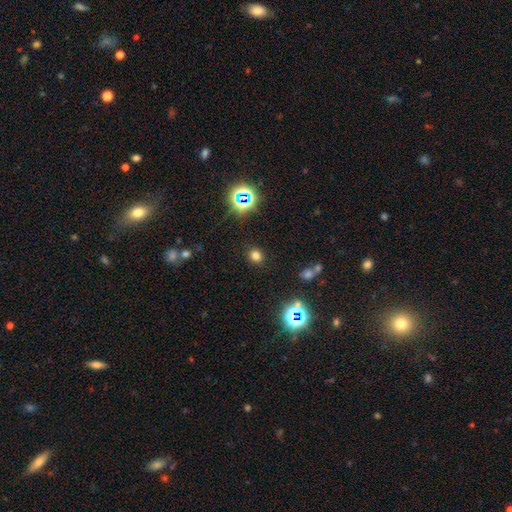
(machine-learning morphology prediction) This appears to be a smooth galaxy with no disk features (72%) that is round (77%). Merging: none (89%).